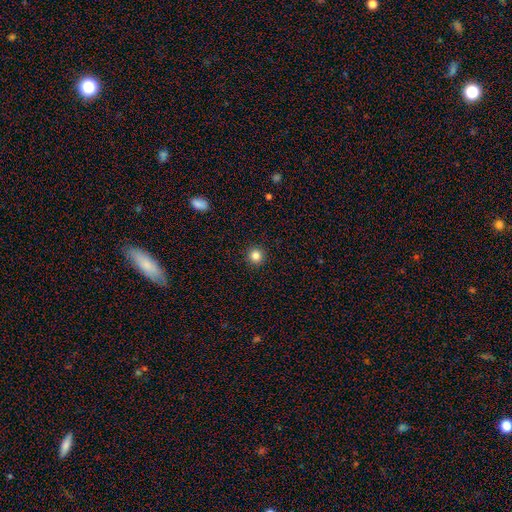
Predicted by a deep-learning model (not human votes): Smooth or featured?
  - smooth: 84% *
  - star or artifact: 11%
  - featured or disk: 5%
How rounded?
  - round: 95% *
  - in between: 5%
  - cigar-shaped: 1%
Merging?
  - none: 93% *
  - minor disturbance: 4%
  - major disturbance: 2%
  - merger: 1%